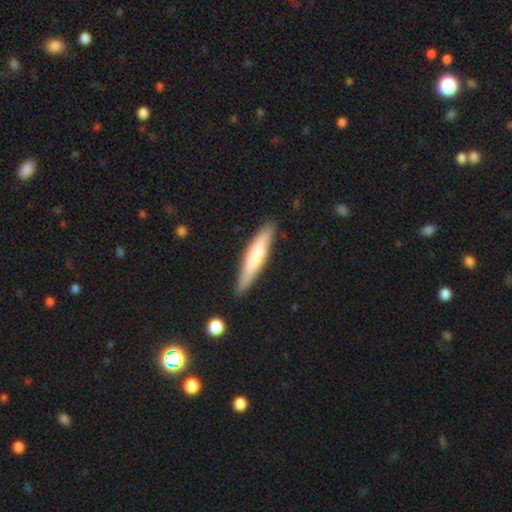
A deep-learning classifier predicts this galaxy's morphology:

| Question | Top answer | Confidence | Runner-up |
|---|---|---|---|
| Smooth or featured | smooth | 65% | featured or disk (29%) |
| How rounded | cigar-shaped | 88% | in between (11%) |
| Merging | none | 85% | minor disturbance (11%) |